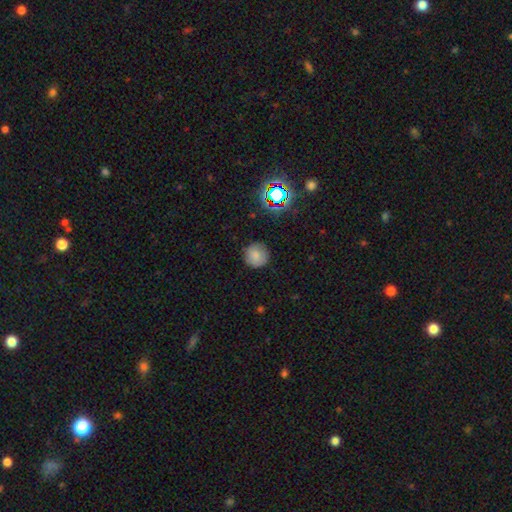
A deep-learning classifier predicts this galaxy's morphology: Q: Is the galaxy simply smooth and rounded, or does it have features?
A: smooth — 78%.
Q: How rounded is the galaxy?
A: round — 95%.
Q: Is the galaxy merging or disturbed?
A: none — 86%.